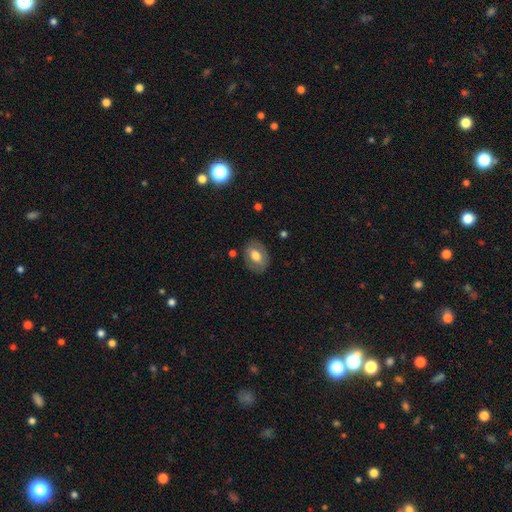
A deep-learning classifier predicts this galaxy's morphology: type=smooth (55%); roundness=in between (75%); merging=none (79%).